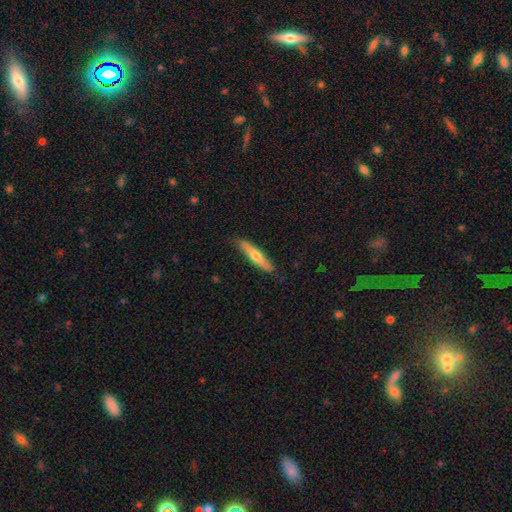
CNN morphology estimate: smooth 51%, featured or disk 44%, star or artifact 5%. Down the decision tree: how rounded — cigar-shaped (86%); merging — none (85%).